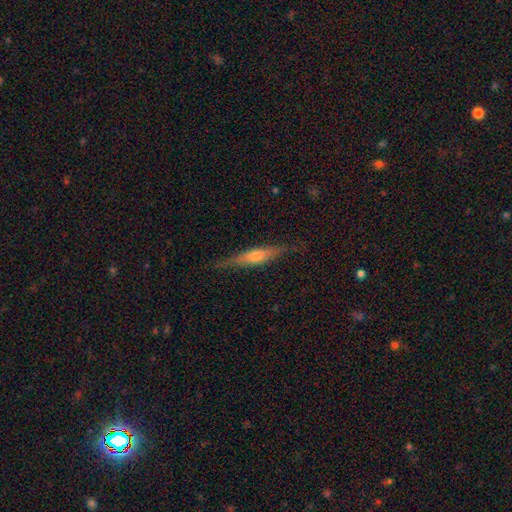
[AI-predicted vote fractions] The model was most divided on "smooth or featured": featured or disk: 58%, smooth: 36%, star or artifact: 7%. More confident: edge-on disk — yes (94%); merging — none (84%); edge-on bulge — rounded (74%).